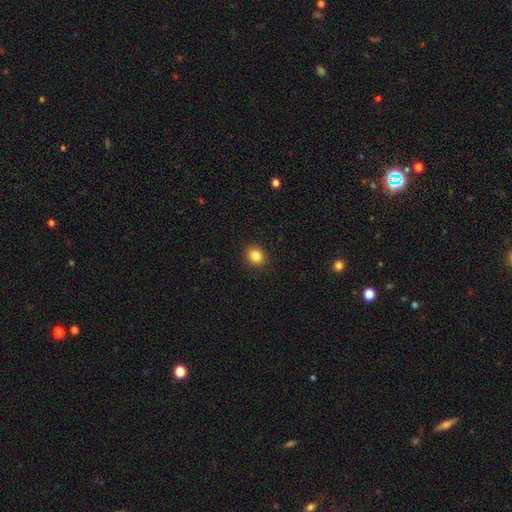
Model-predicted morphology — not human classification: smooth-or-featured: smooth: 84% | star or artifact: 11% | featured or disk: 5%
  how-rounded: round: 74% | in between: 25% | cigar-shaped: 1%
  merging: none: 91% | minor disturbance: 6% | major disturbance: 2% | merger: 1%